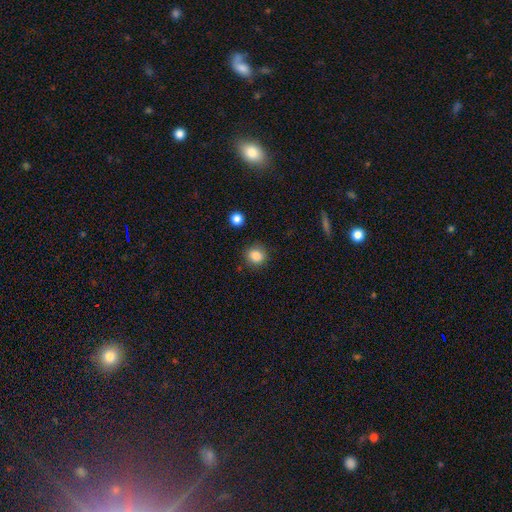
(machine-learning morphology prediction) The model was most divided on "how rounded": round: 86%, in between: 13%, cigar-shaped: 1%. More confident: merging — none (88%); smooth or featured — smooth (85%).